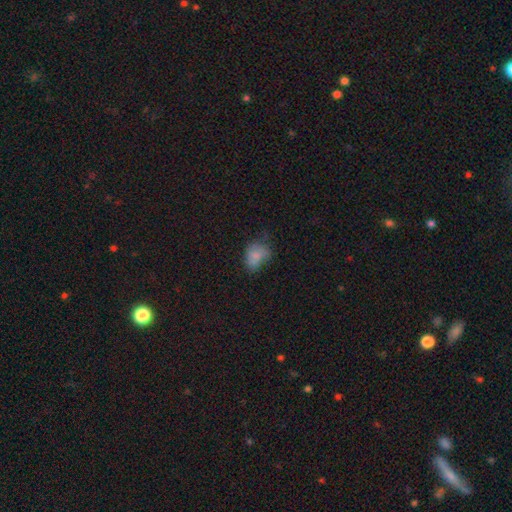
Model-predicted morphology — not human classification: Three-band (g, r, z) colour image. It shows a smooth galaxy with no disk features (74%) that is in between round and cigar-shaped (64%). Merging: none (42%).